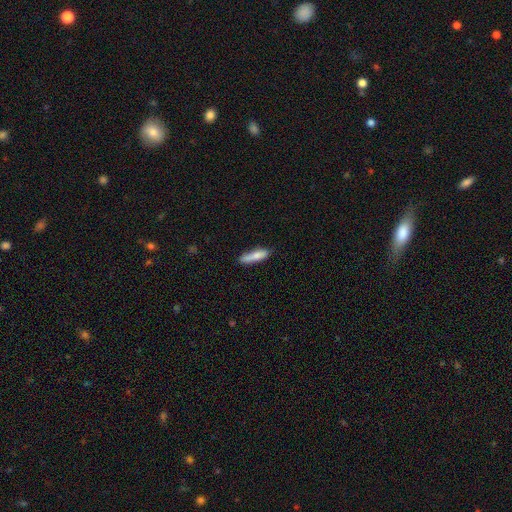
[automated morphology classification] Q: Smooth or featured?
A: smooth (80%); runner-up: featured or disk (14%)
Q: How rounded?
A: cigar-shaped (74%); runner-up: in between (24%)
Q: Merging?
A: none (76%); runner-up: minor disturbance (18%)